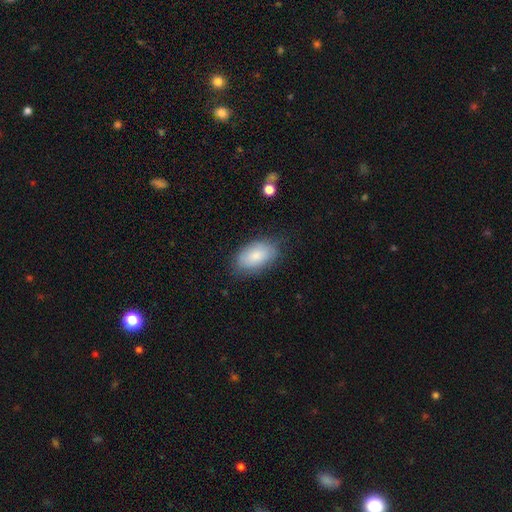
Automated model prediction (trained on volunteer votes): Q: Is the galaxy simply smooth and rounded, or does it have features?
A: smooth — 81%.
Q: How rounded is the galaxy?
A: in between — 93%.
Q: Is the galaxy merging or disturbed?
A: none — 75%.